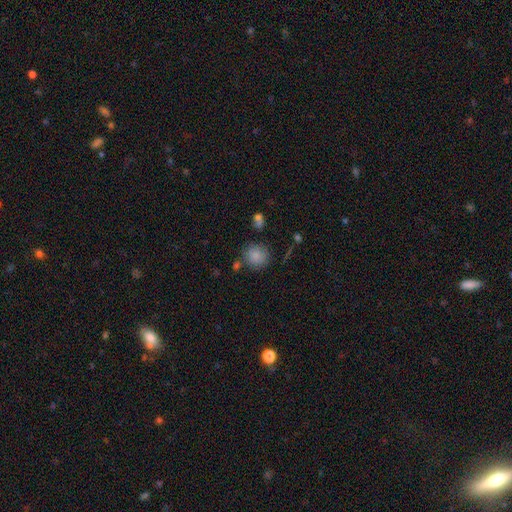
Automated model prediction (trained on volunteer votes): A smooth galaxy with no disk features (84%) that is round (87%).

Vote fractions:
- Smooth or featured? smooth: 84% / star or artifact: 10% / featured or disk: 6%
- How rounded? round: 87% / in between: 12% / cigar-shaped: 1%
- Merging? none: 76% / minor disturbance: 12% / merger: 8% / major disturbance: 4%